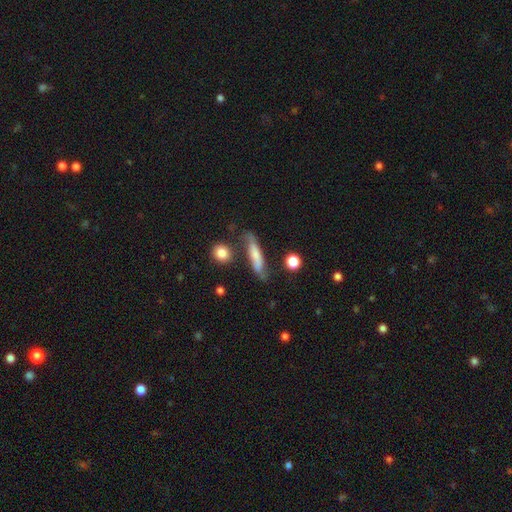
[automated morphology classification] A smooth galaxy with no disk features (62%) that is cigar-shaped (77%). Merging: none (62%).